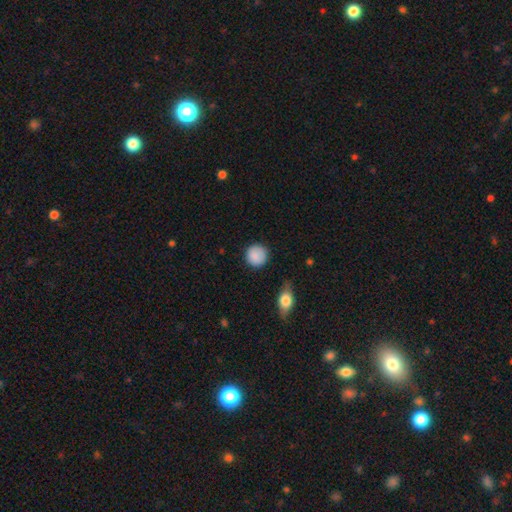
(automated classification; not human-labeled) A smooth galaxy with no disk features (88%) that is round (93%).

Vote fractions:
- Smooth or featured? smooth: 88% / star or artifact: 7% / featured or disk: 5%
- How rounded? round: 93% / in between: 6% / cigar-shaped: 1%
- Merging? none: 85% / minor disturbance: 10% / major disturbance: 3% / merger: 2%